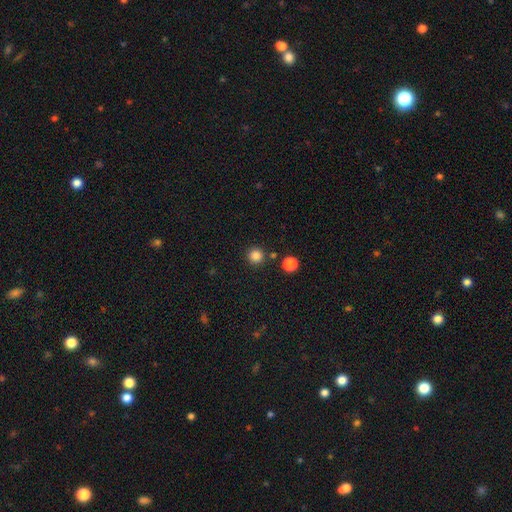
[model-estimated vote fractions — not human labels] Q: Smooth or featured?
A: smooth (84%); runner-up: star or artifact (12%)
Q: How rounded?
A: round (95%); runner-up: in between (4%)
Q: Merging?
A: none (87%); runner-up: minor disturbance (6%)